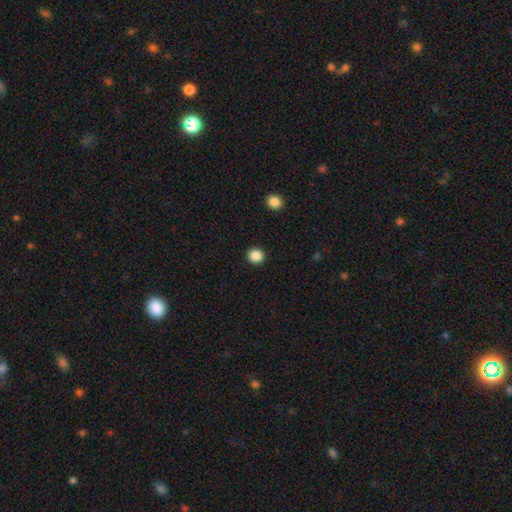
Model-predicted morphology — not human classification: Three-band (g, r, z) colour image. It shows a smooth galaxy with no disk features (87%) that is round (93%). Merging: none (93%).